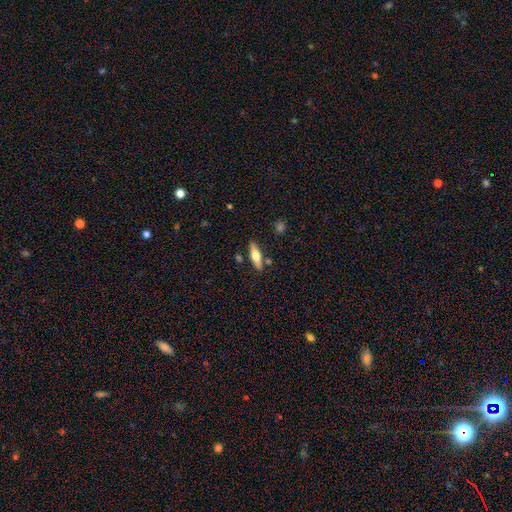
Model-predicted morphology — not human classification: smooth_or_featured: smooth (p=0.52) [alt: featured or disk p=0.42]
how_rounded: cigar-shaped (p=0.57) [alt: in between p=0.40]
merging: none (p=0.82) [alt: minor disturbance p=0.10]